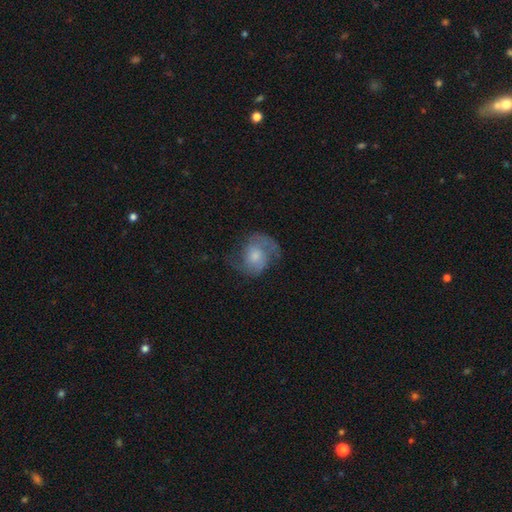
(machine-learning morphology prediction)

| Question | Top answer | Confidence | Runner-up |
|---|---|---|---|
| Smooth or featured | featured or disk | 70% | smooth (22%) |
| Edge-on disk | no | 98% | yes (2%) |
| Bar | no | 71% | weak (25%) |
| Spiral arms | yes | 91% | no (9%) |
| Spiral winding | medium | 47% | loose (32%) |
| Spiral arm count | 2 | 83% | can't tell (7%) |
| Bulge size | small | 42% | moderate (39%) |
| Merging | none | 60% | minor disturbance (22%) |